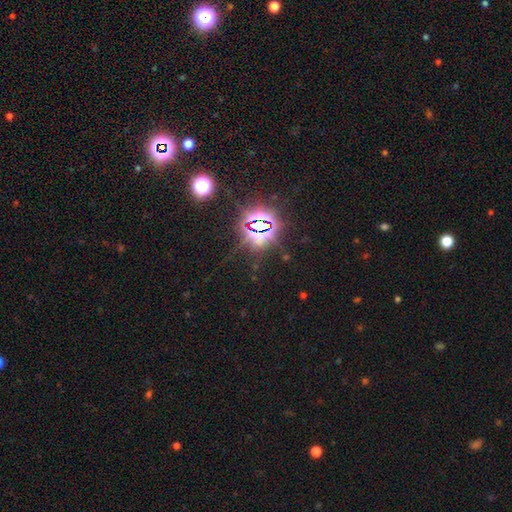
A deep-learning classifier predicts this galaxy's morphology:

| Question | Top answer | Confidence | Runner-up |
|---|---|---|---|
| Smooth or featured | star or artifact | 83% | smooth (10%) |